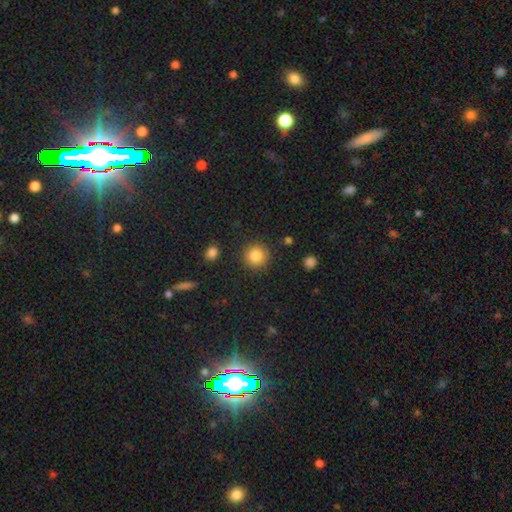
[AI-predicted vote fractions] smooth-or-featured: smooth: 85% | star or artifact: 10% | featured or disk: 6%
  how-rounded: round: 94% | in between: 5% | cigar-shaped: 1%
  merging: none: 90% | minor disturbance: 6% | major disturbance: 2% | merger: 2%